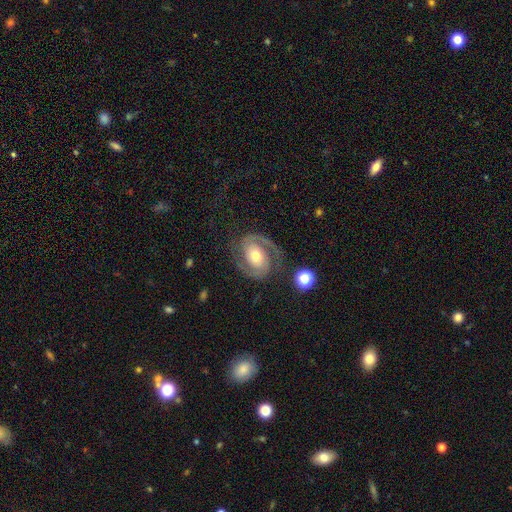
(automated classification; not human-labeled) A featured or disk galaxy (90%) with no bar (60%), 2 (94%) medium (48%) spiral arms (98%) and a moderate central bulge (70%). Merging: none (80%).